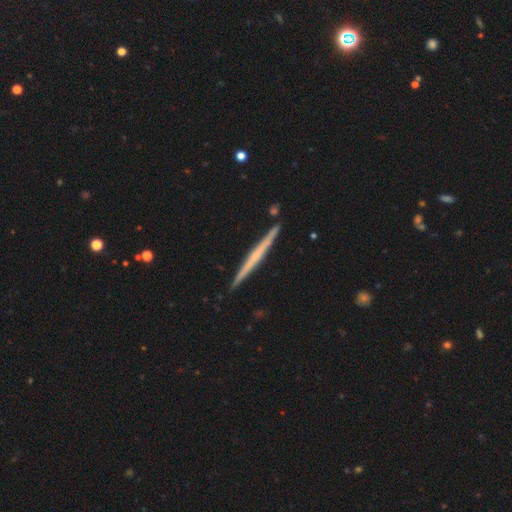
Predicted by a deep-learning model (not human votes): smooth-or-featured: featured or disk: 63% | smooth: 32% | star or artifact: 5%
  disk-edge-on: yes: 98% | no: 2%
    edge-on-bulge: none: 76% | rounded: 18% | boxy: 6%
  merging: none: 91% | minor disturbance: 6% | merger: 2% | major disturbance: 1%